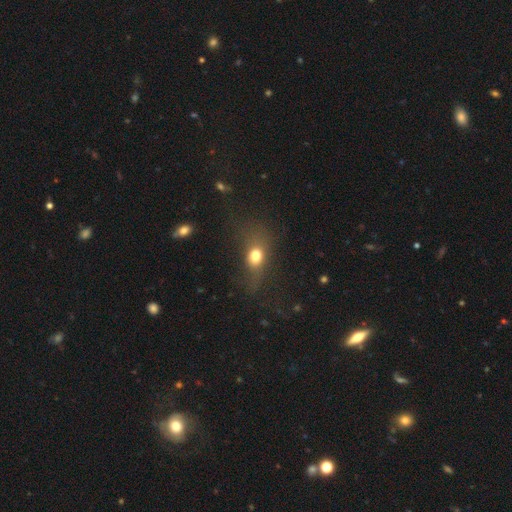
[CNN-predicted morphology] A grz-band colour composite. It shows a smooth galaxy with no disk features (68%) that is in between round and cigar-shaped (53%). Merging: none (53%).